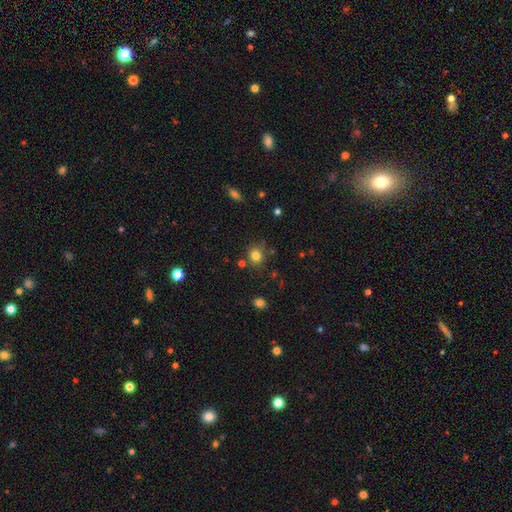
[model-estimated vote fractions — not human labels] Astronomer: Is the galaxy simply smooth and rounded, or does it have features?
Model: smooth — 80%.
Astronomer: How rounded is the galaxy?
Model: round — 81%.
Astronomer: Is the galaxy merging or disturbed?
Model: none — 79%.